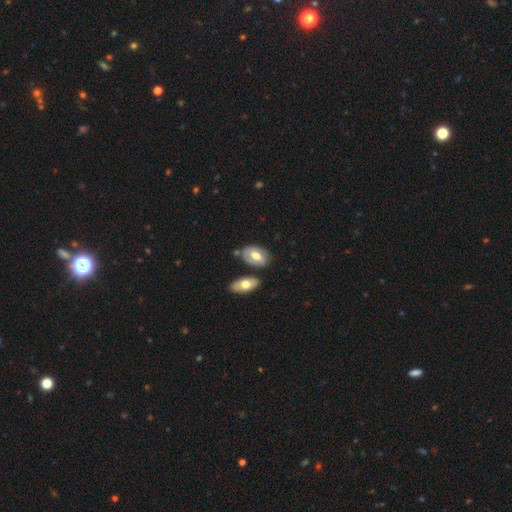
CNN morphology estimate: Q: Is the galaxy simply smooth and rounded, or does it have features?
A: smooth — 57%.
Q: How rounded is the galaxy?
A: in between — 91%.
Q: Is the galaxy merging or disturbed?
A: none — 66%.